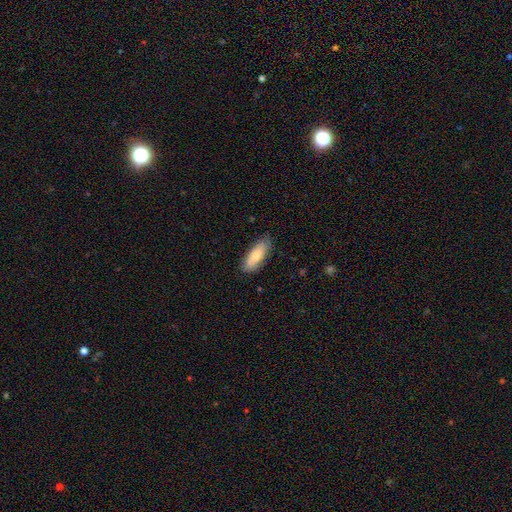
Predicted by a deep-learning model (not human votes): This appears to be a smooth galaxy with no disk features (74%) that is in between round and cigar-shaped (67%). Merging: none (81%).